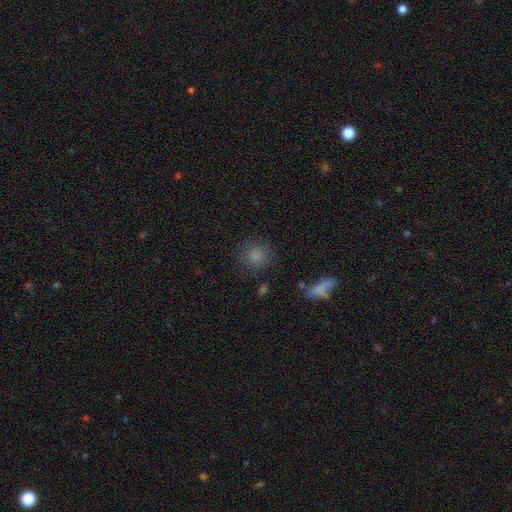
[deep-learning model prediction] This appears to be a smooth galaxy with no disk features (83%) that is round (90%). Merging: none (83%).